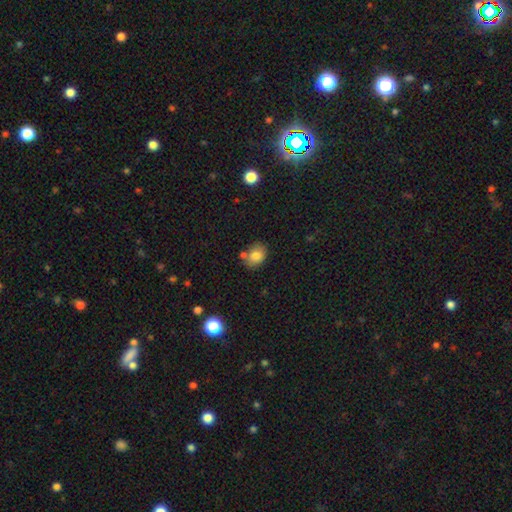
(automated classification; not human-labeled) This is clearly a smooth galaxy (80%). How rounded: possibly in between (59%). Merging: likely none (67%).